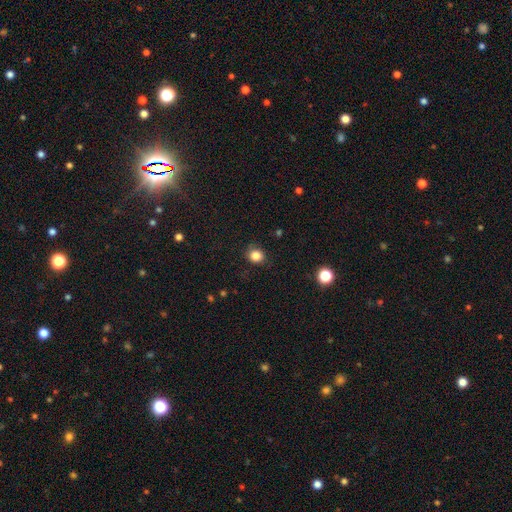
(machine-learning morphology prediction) The model was most divided on "how rounded": round: 78%, in between: 21%, cigar-shaped: 1%. More confident: smooth or featured — smooth (83%); merging — none (83%).